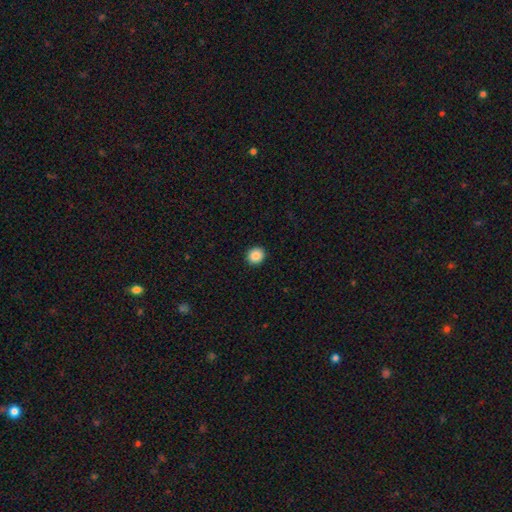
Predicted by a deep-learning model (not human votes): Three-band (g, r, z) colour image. It shows a smooth galaxy with no disk features (87%) that is round (85%). Merging: none (93%).